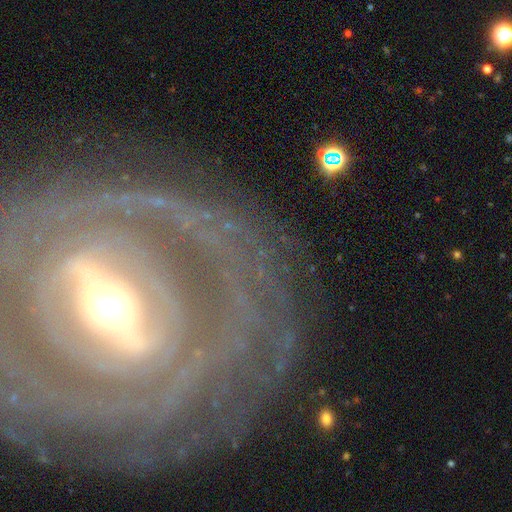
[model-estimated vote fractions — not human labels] smooth_or_featured: featured or disk (p=0.87) [alt: smooth p=0.07]
disk_edge_on: no (p=0.89) [alt: yes p=0.11]
bar: strong (p=0.70) [alt: weak p=0.20]
has_spiral_arms: yes (p=0.79) [alt: no p=0.21]
spiral_winding: tight (p=0.78) [alt: medium p=0.16]
spiral_arm_count: can't tell (p=0.40) [alt: 2 p=0.22]
bulge_size: moderate (p=0.59) [alt: small p=0.27]
merging: none (p=0.79) [alt: minor disturbance p=0.11]